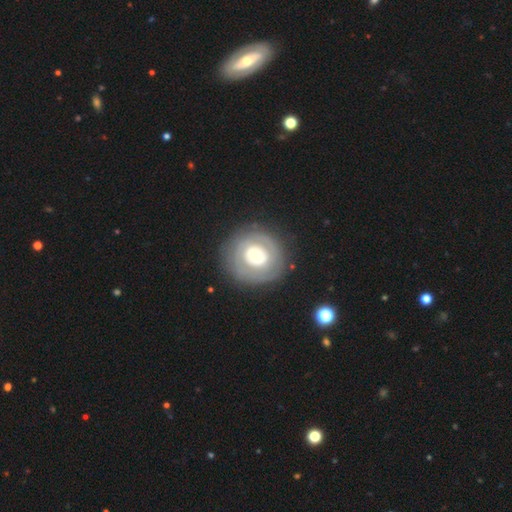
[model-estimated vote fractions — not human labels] smooth_or_featured: featured or disk (p=0.59) [alt: smooth p=0.36]
disk_edge_on: no (p=0.96) [alt: yes p=0.04]
bar: no (p=0.81) [alt: weak p=0.13]
has_spiral_arms: no (p=0.74) [alt: yes p=0.26]
bulge_size: moderate (p=0.57) [alt: small p=0.21]
merging: none (p=0.81) [alt: minor disturbance p=0.11]